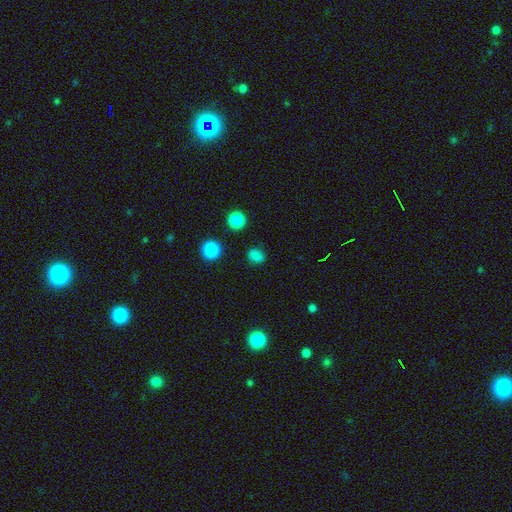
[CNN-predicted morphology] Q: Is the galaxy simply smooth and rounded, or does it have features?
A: smooth — 77%.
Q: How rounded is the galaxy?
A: round — 57%.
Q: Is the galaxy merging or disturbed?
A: none — 84%.